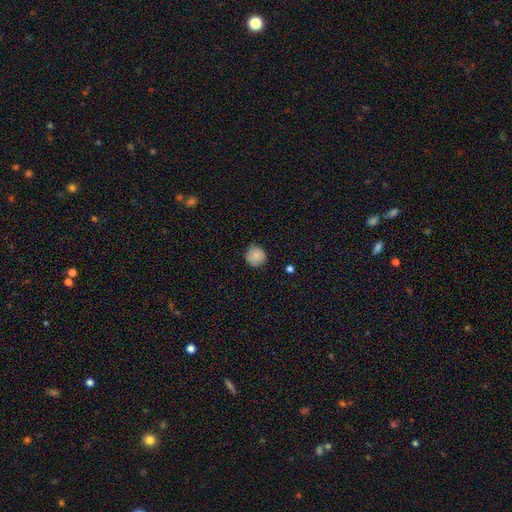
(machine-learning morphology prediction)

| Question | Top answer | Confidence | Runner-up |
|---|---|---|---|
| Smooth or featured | smooth | 83% | featured or disk (9%) |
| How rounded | round | 92% | in between (7%) |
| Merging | none | 84% | minor disturbance (13%) |